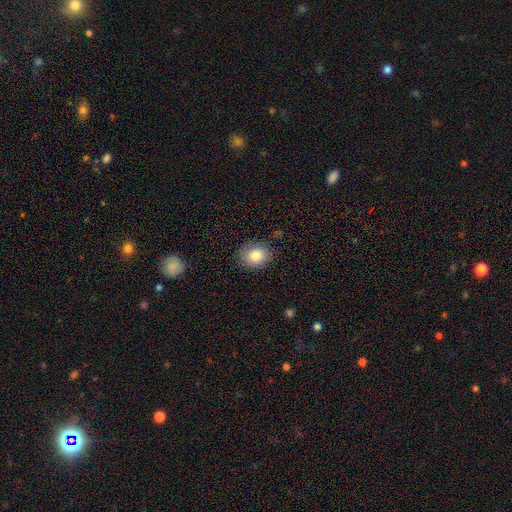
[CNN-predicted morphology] Smooth or featured? Predicted: smooth (p=0.83). How rounded? Predicted: round (p=0.55). Merging? Predicted: none (p=0.85).